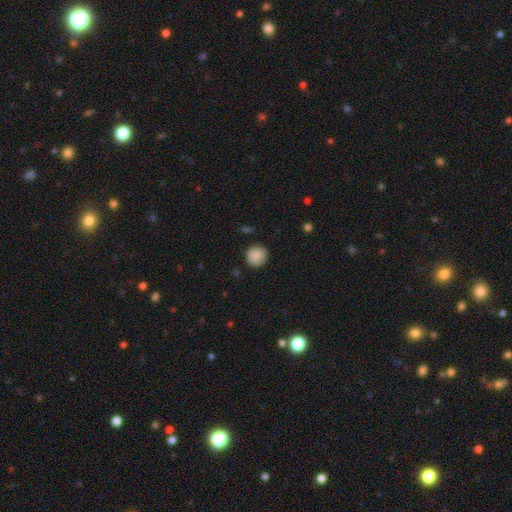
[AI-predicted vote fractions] This is clearly a smooth galaxy (87%). How rounded: clearly round (89%). Merging: clearly none (85%).